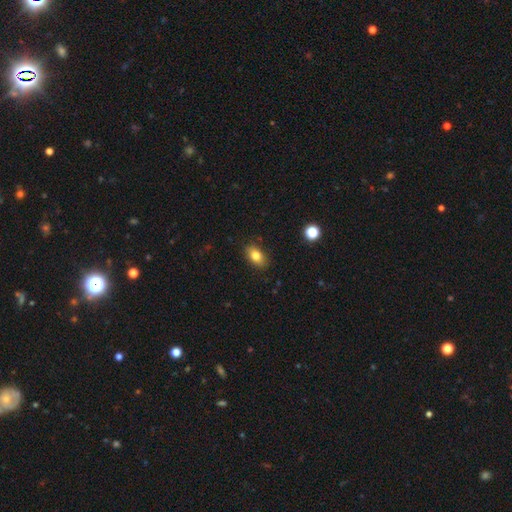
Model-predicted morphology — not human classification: Smooth or featured? Predicted: smooth (p=0.80). How rounded? Predicted: in between (p=0.85). Merging? Predicted: none (p=0.86).